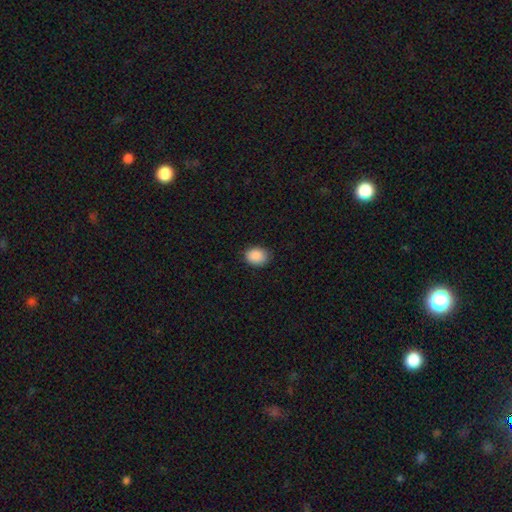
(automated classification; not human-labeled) Overall: smooth (89%). How rounded: in between (60%; round 39%). Merging: none (82%).